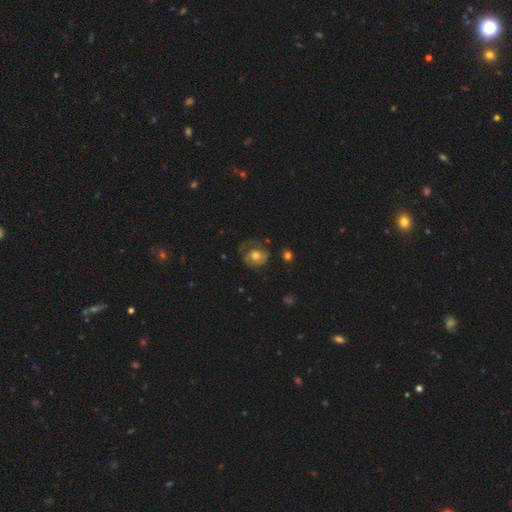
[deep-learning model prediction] Smooth or featured?
  - featured or disk: 47% *
  - smooth: 46%
  - star or artifact: 8%
Merging?
  - none: 47% *
  - major disturbance: 27%
  - minor disturbance: 24%
  - merger: 2%